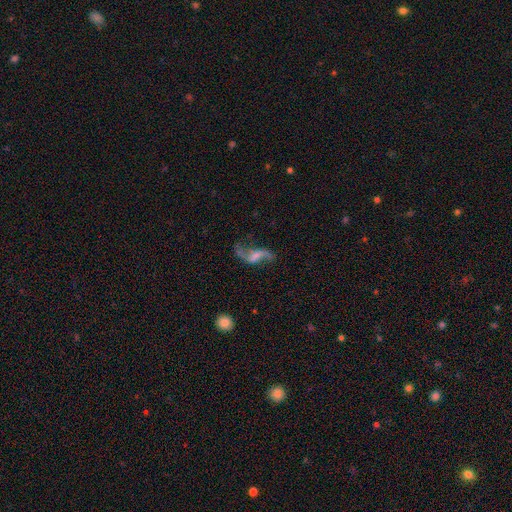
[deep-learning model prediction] A featured or disk galaxy (80%) with a weak bar (45%), 2 (91%) loose (90%) spiral arms (91%) and no central bulge (46%). Merging: none (60%).